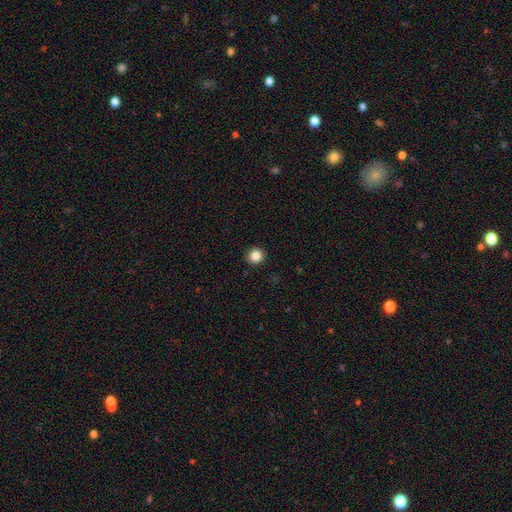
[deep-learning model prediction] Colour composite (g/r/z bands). It shows a smooth galaxy with no disk features (85%) that is round (92%). Merging: none (93%).